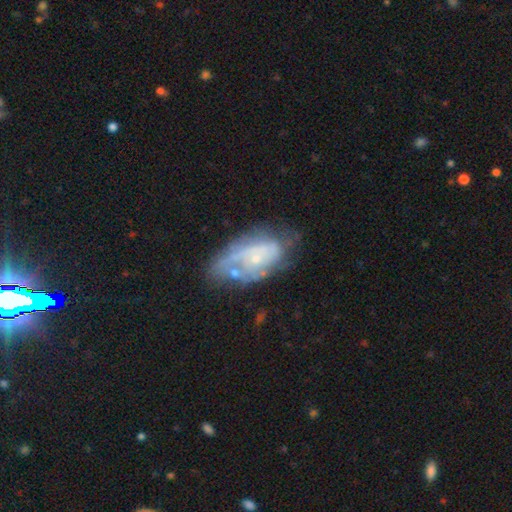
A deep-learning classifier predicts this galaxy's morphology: A featured or disk galaxy (64%) with no bar (77%), spiral arms (59%) and a small central bulge (71%). Merging: none (44%).